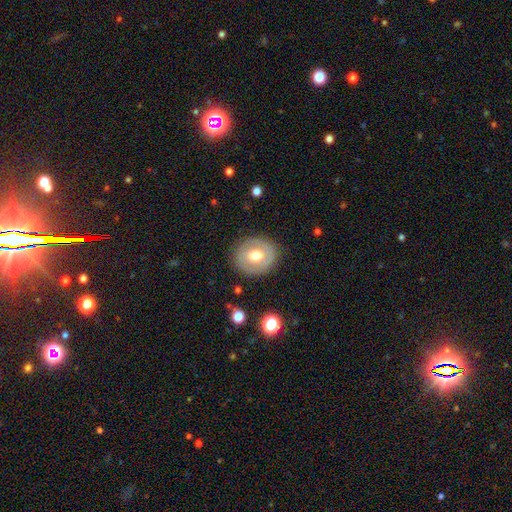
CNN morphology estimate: This appears to be a smooth galaxy with no disk features (50%). Merging: none (85%).